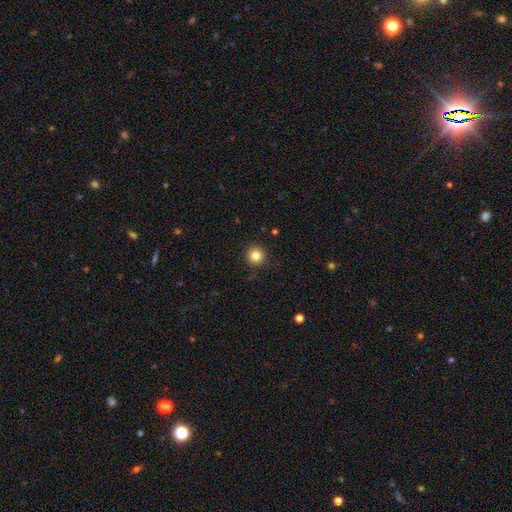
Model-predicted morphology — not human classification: A smooth galaxy with no disk features (83%) that is round (95%). Merging: none (91%).